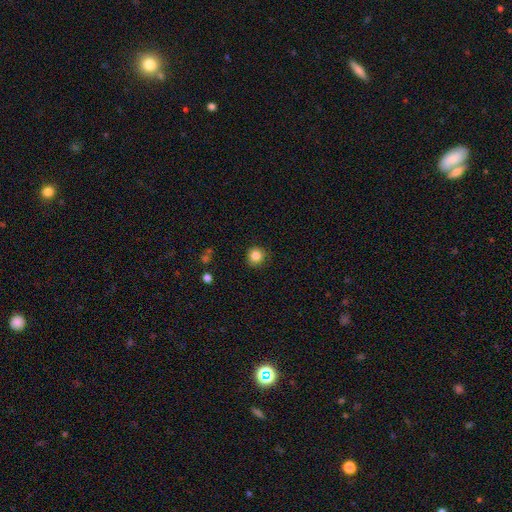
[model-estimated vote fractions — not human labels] This appears to be a smooth galaxy with no disk features (84%) that is round (92%). Merging: none (87%).